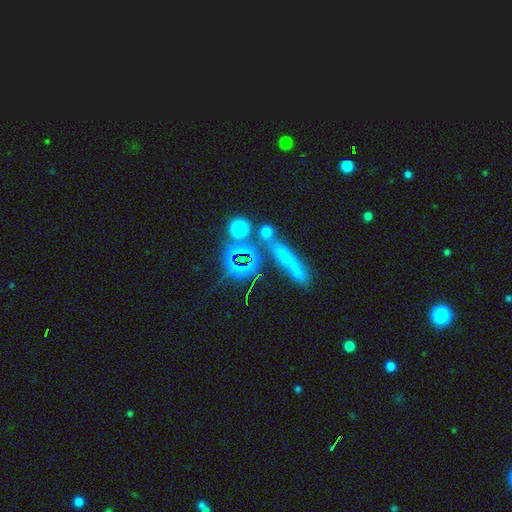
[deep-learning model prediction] Smooth or featured: star or artifact — 51% (smooth — 25%)